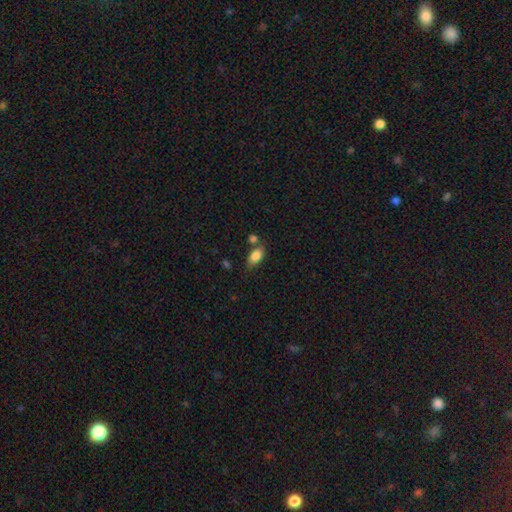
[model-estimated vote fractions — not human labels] Smooth or featured? smooth (83%)
How rounded? in between (89%)
Merging? none (59%)